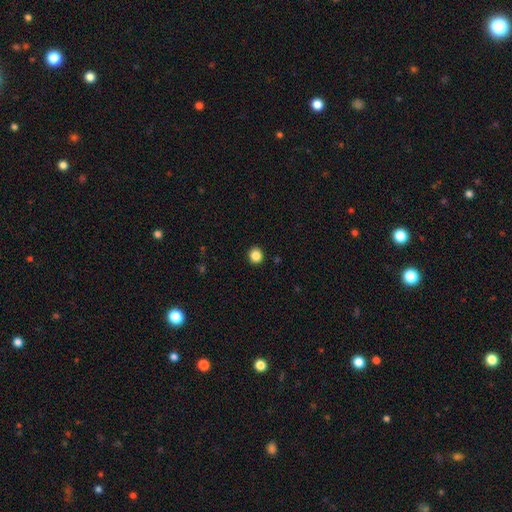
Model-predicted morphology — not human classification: Q: Smooth or featured?
A: smooth (85%); runner-up: star or artifact (11%)
Q: How rounded?
A: round (86%); runner-up: in between (13%)
Q: Merging?
A: none (92%); runner-up: minor disturbance (5%)